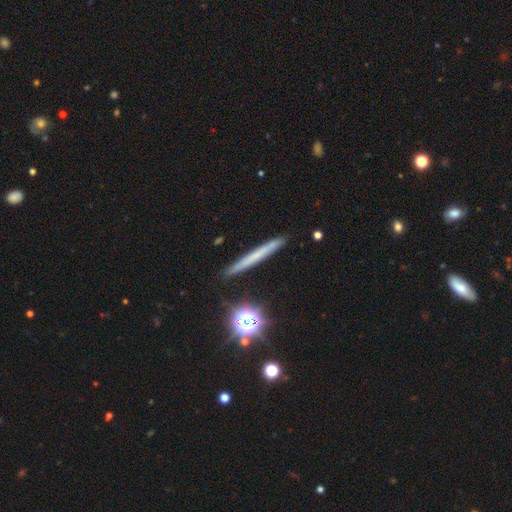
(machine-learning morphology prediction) smooth 49%, featured or disk 39%, star or artifact 12%. Down the decision tree: merging — none (90%).